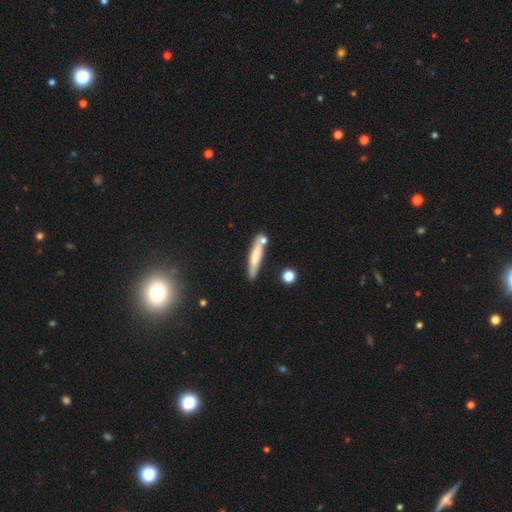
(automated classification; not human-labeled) smooth 65%, featured or disk 29%, star or artifact 7%. Down the decision tree: how rounded — cigar-shaped (90%); merging — none (69%).